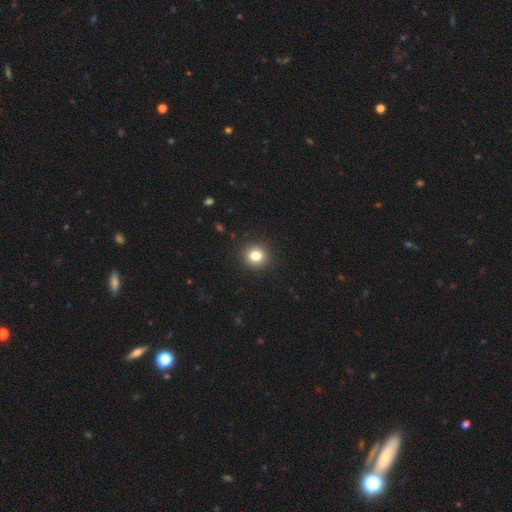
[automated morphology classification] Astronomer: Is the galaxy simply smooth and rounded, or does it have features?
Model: smooth — 82%.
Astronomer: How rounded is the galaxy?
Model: round — 86%.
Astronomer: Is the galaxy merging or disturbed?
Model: none — 92%.